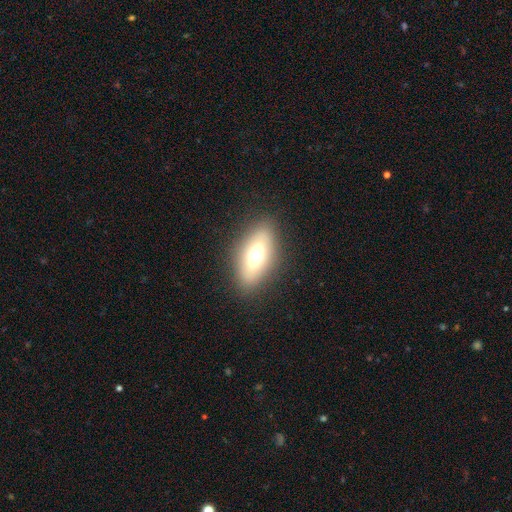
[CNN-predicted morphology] Smooth or featured?
  - smooth: 53% *
  - featured or disk: 38%
  - star or artifact: 9%
How rounded?
  - in between: 79% *
  - cigar-shaped: 17%
  - round: 5%
Merging?
  - none: 84% *
  - minor disturbance: 11%
  - major disturbance: 4%
  - merger: 1%